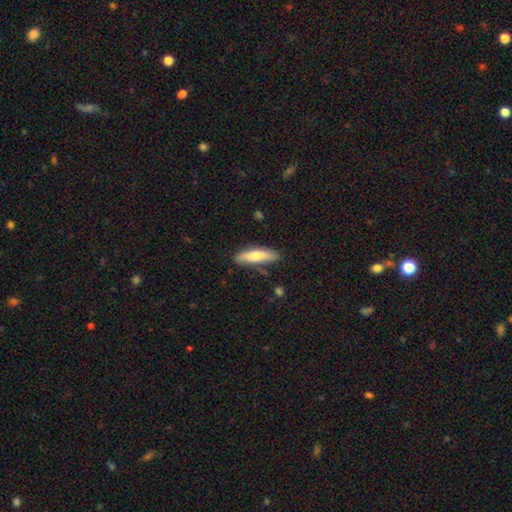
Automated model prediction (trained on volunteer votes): Smooth or featured? Predicted: smooth (p=0.71). How rounded? Predicted: cigar-shaped (p=0.63). Merging? Predicted: none (p=0.77).